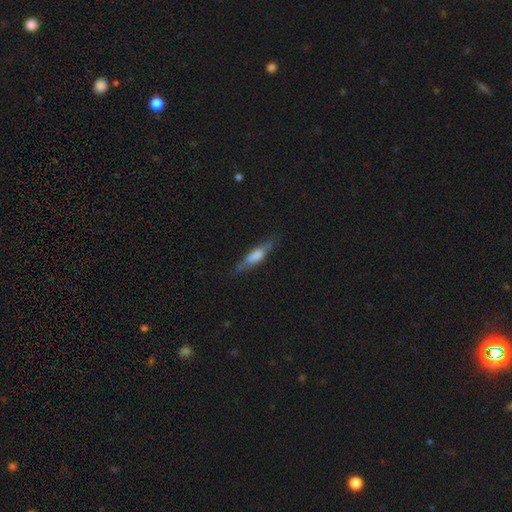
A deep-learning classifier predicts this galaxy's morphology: type=featured or disk (55%); edge-on=yes (85%); merging=none (77%).